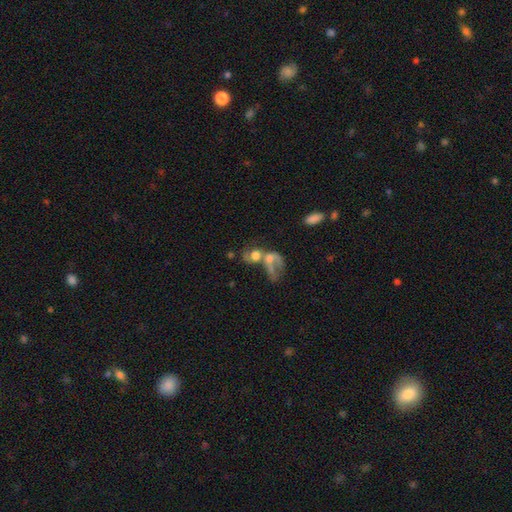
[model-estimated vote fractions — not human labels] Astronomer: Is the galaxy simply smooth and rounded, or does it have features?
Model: smooth — 46% (runner-up: featured or disk, 42%).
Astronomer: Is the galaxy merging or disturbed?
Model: merger — 69%.